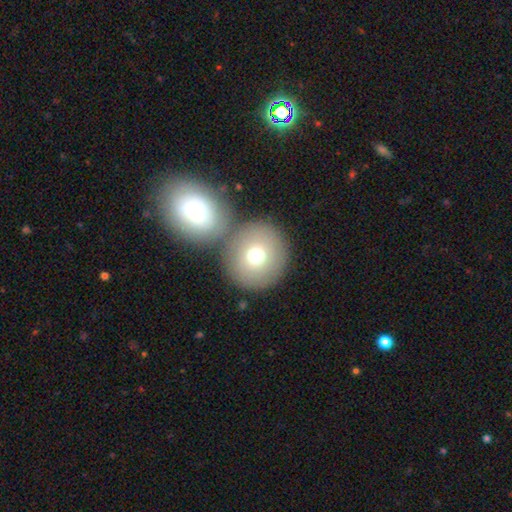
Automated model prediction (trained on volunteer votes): Morphology: type=smooth (72%); roundness=round (89%); merging=none (62%).